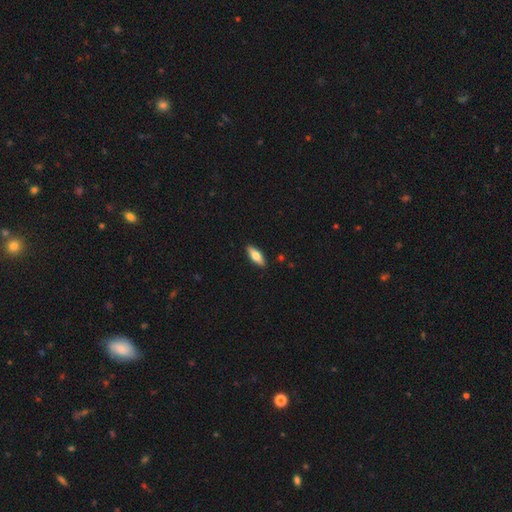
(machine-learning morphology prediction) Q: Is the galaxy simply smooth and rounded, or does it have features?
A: smooth — 61%.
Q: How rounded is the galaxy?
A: in between — 60%.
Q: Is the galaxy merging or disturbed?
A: none — 90%.